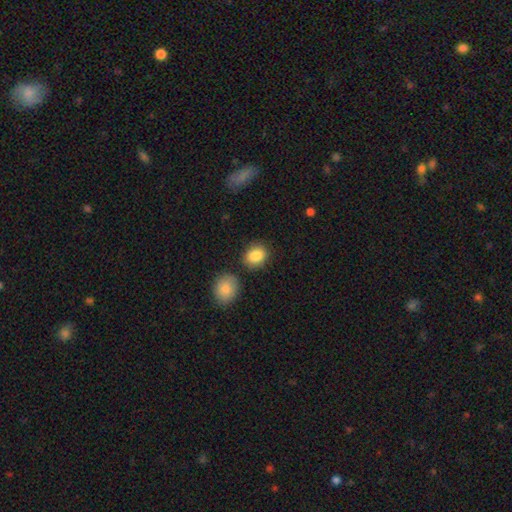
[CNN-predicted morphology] smooth_or_featured: smooth (p=0.87) [alt: star or artifact p=0.08]
how_rounded: in between (p=0.54) [alt: round p=0.44]
merging: none (p=0.76) [alt: minor disturbance p=0.13]